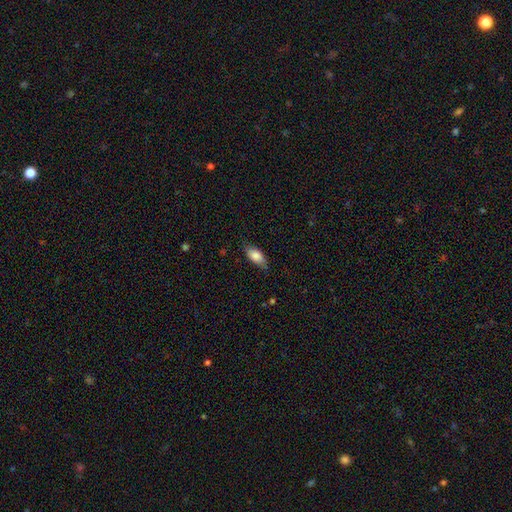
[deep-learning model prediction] A smooth galaxy with no disk features (82%) that is in between round and cigar-shaped (88%).

Vote fractions:
- Smooth or featured? smooth: 82% / featured or disk: 11% / star or artifact: 7%
- How rounded? in between: 88% / cigar-shaped: 9% / round: 3%
- Merging? none: 75% / minor disturbance: 20% / major disturbance: 4% / merger: 1%